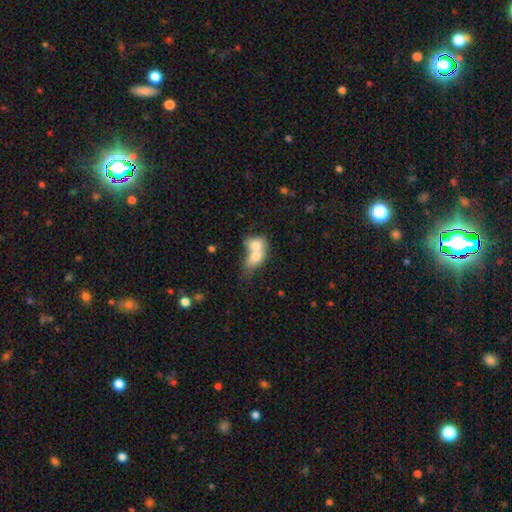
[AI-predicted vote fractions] Morphology: type=smooth (70%); roundness=in between (67%); merging=merger (80%).